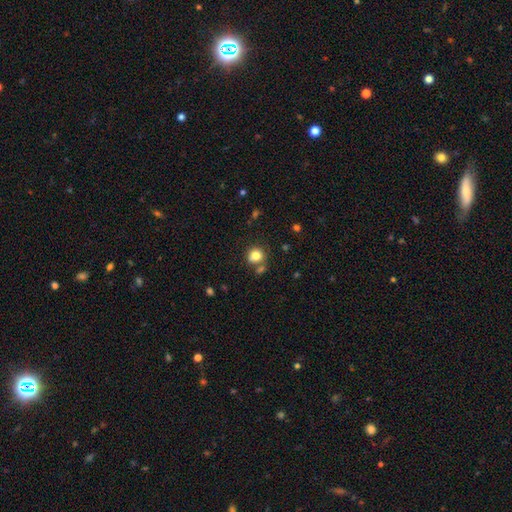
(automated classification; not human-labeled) smooth-or-featured: smooth: 80% | star or artifact: 11% | featured or disk: 8%
  how-rounded: round: 83% | in between: 16% | cigar-shaped: 1%
  merging: none: 65% | merger: 19% | minor disturbance: 12% | major disturbance: 4%